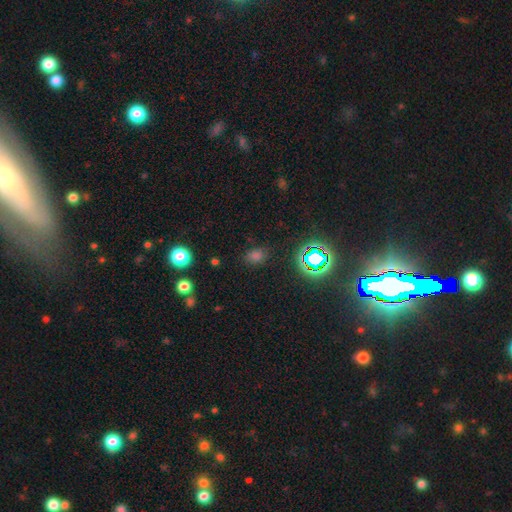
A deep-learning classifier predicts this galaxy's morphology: The model was most divided on "how rounded": in between: 61%, round: 37%, cigar-shaped: 2%. More confident: merging — none (82%); smooth or featured — smooth (60%).